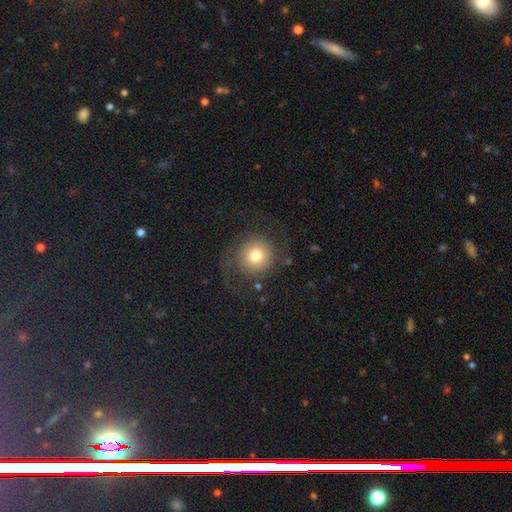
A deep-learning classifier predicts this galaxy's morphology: Smooth or featured?
  - smooth: 59% *
  - featured or disk: 31%
  - star or artifact: 10%
How rounded?
  - round: 92% *
  - in between: 7%
  - cigar-shaped: 1%
Merging?
  - none: 72% *
  - major disturbance: 14%
  - minor disturbance: 12%
  - merger: 2%